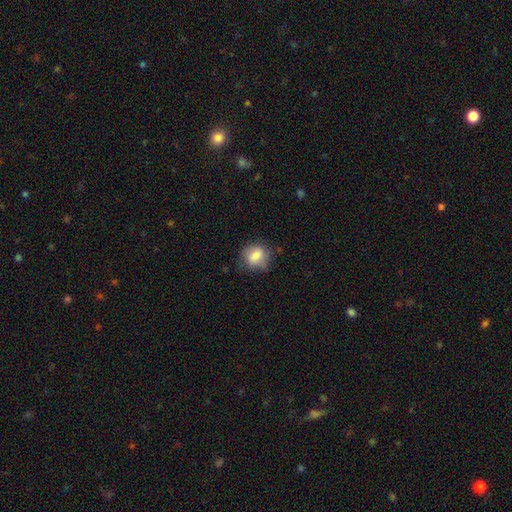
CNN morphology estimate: type=smooth (79%); roundness=round (58%); merging=none (68%).